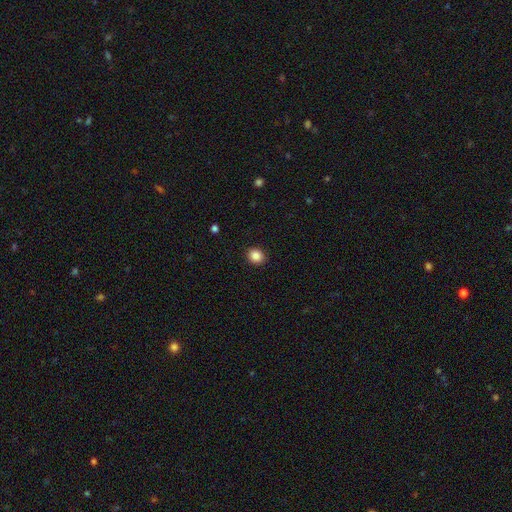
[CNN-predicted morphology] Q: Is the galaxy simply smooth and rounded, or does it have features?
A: smooth — 87%.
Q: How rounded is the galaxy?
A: round — 69%.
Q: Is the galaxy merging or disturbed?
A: none — 91%.